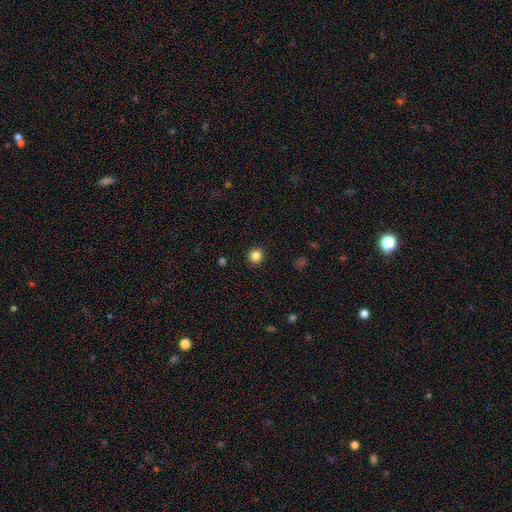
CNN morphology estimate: Smooth or featured?
  - smooth: 84% *
  - star or artifact: 12%
  - featured or disk: 4%
How rounded?
  - round: 92% *
  - in between: 7%
  - cigar-shaped: 1%
Merging?
  - none: 92% *
  - minor disturbance: 5%
  - major disturbance: 2%
  - merger: 1%